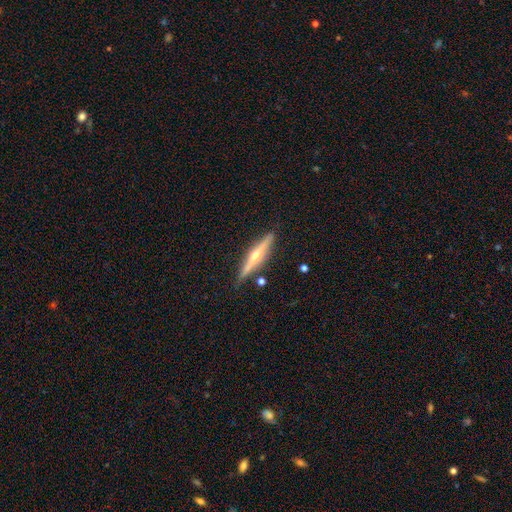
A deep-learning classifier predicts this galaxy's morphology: The model was most divided on "smooth or featured": featured or disk: 74%, smooth: 20%, star or artifact: 6%. More confident: edge-on disk — yes (97%); edge-on bulge — rounded (92%); merging — none (86%).